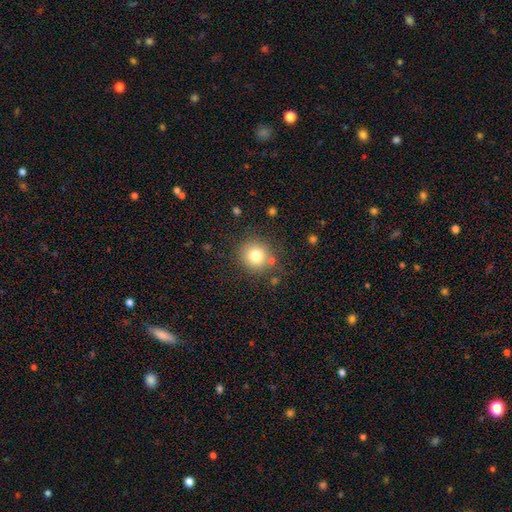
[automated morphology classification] smooth-or-featured: smooth: 78% | star or artifact: 12% | featured or disk: 10%
  how-rounded: round: 90% | in between: 9% | cigar-shaped: 1%
  merging: none: 81% | minor disturbance: 10% | merger: 5% | major disturbance: 4%